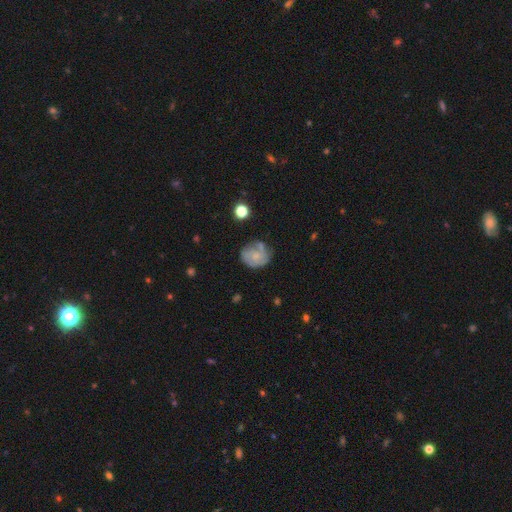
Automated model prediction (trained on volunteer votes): A featured or disk galaxy (58%) with no bar (76%), spiral arms (78%) and a small central bulge (57%). Merging: none (57%).